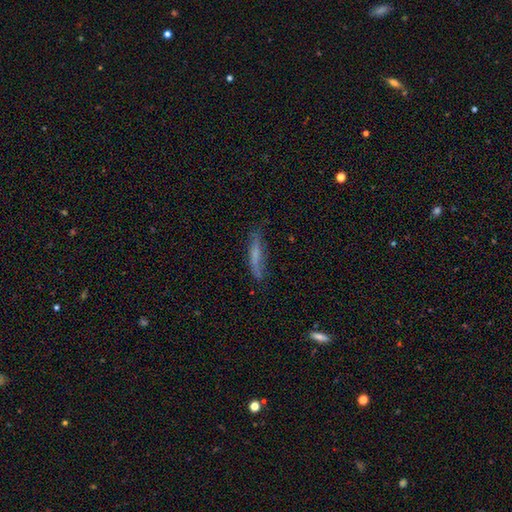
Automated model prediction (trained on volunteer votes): Smooth or featured? Predicted: smooth (p=0.56). How rounded? Predicted: cigar-shaped (p=0.86). Merging? Predicted: none (p=0.67).